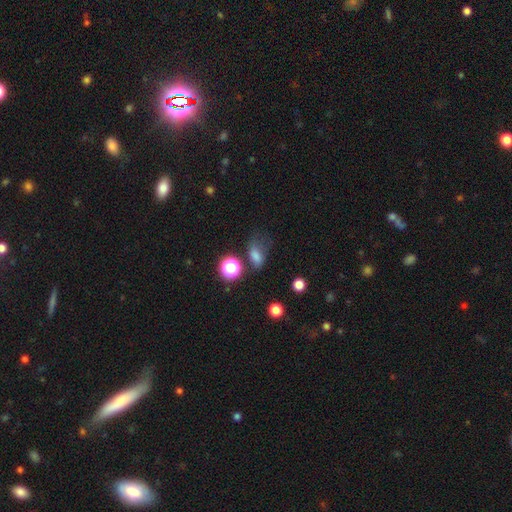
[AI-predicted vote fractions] Smooth or featured? smooth (71%)
How rounded? in between (75%)
Merging? none (42%)